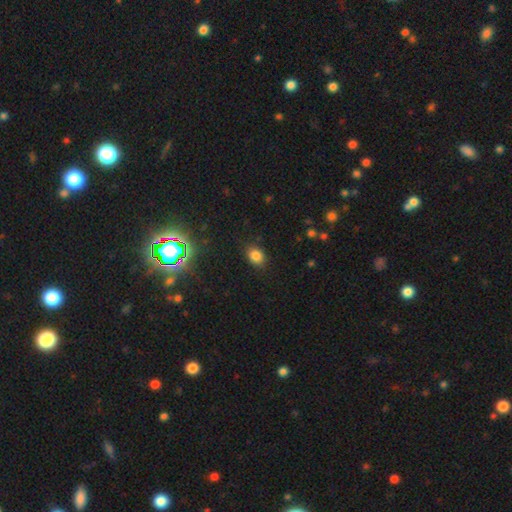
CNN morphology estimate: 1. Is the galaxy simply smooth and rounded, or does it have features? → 80% smooth, 14% star or artifact, 6% featured or disk.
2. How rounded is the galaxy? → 58% in between, 41% round, 1% cigar-shaped.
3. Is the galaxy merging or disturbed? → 85% none, 11% minor disturbance, 3% major disturbance, 1% merger.